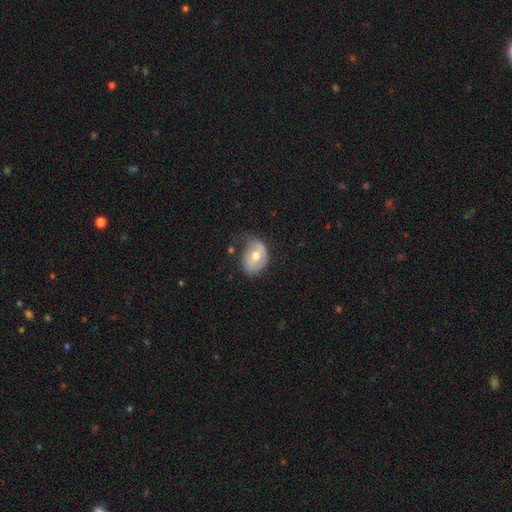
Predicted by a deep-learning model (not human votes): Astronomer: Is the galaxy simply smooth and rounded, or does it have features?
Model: smooth — 57% (runner-up: featured or disk, 36%).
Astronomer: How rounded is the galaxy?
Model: in between — 66%.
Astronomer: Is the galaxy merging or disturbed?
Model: none — 40% (runner-up: minor disturbance, 38%).